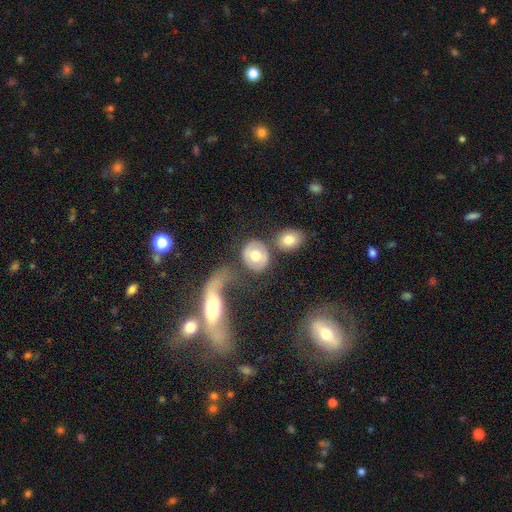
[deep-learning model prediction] This appears to be a smooth galaxy with no disk features (56%) that is round (67%). Merging: none (56%).